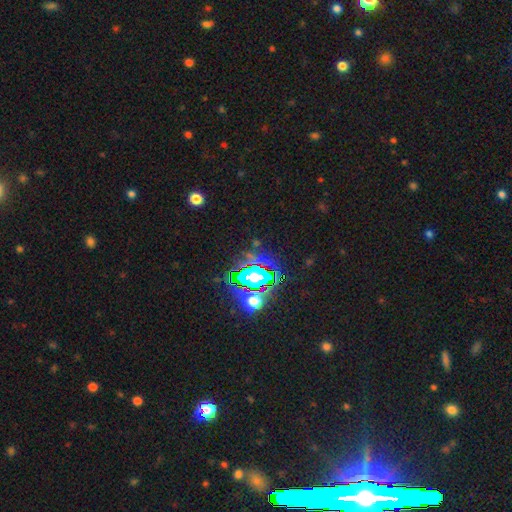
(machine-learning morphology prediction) The model was most divided on "smooth or featured": star or artifact: 84%, smooth: 9%, featured or disk: 7%.